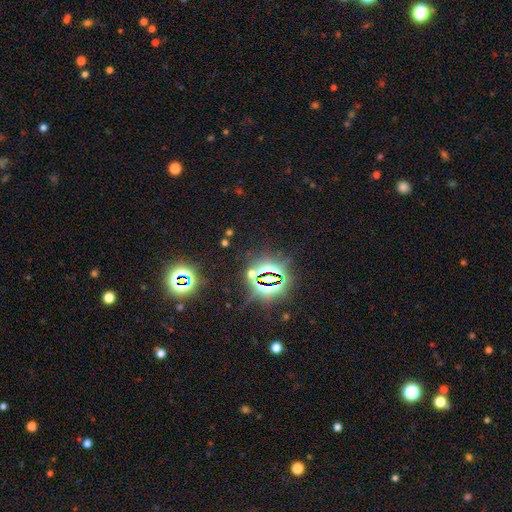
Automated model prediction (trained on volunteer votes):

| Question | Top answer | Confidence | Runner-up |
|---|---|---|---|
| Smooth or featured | star or artifact | 83% | smooth (10%) |